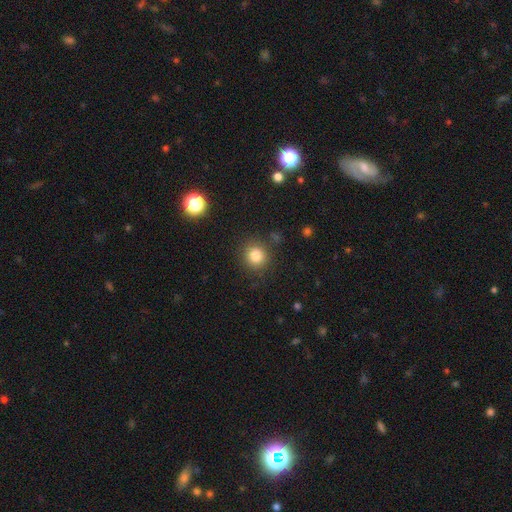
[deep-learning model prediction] Morphology: type=smooth (83%); roundness=round (90%); merging=none (87%).